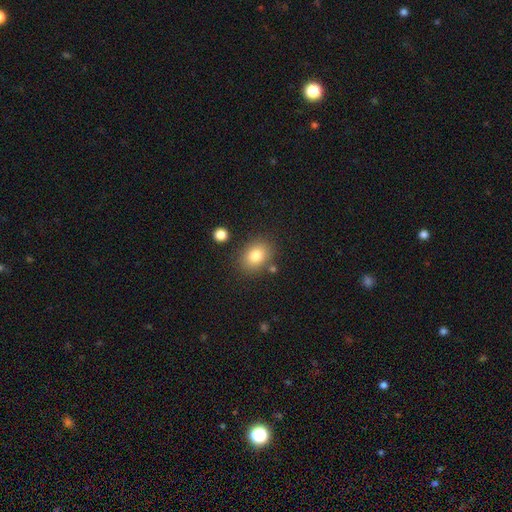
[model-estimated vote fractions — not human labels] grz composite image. It shows a smooth galaxy with no disk features (82%) that is in between round and cigar-shaped (64%). Merging: none (80%).